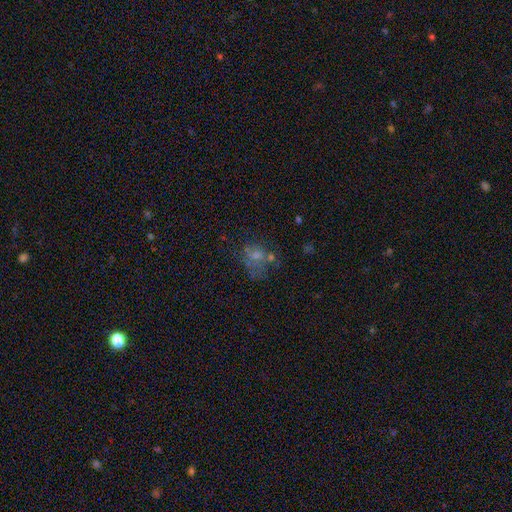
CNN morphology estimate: This appears to be a smooth galaxy with no disk features (38%). Merging: none (43%).